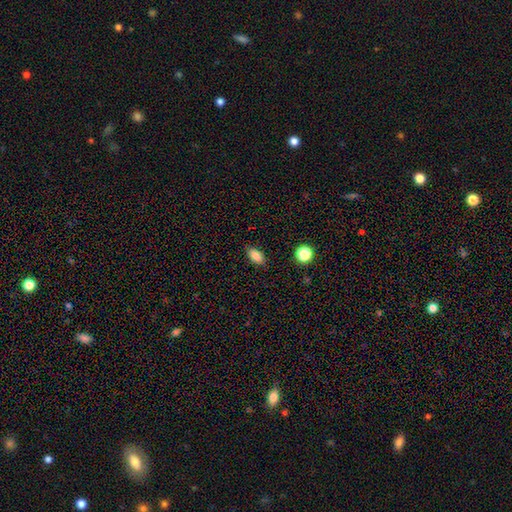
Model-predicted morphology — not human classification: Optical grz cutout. It shows a smooth galaxy with no disk features (84%) that is in between round and cigar-shaped (87%). Merging: none (87%).